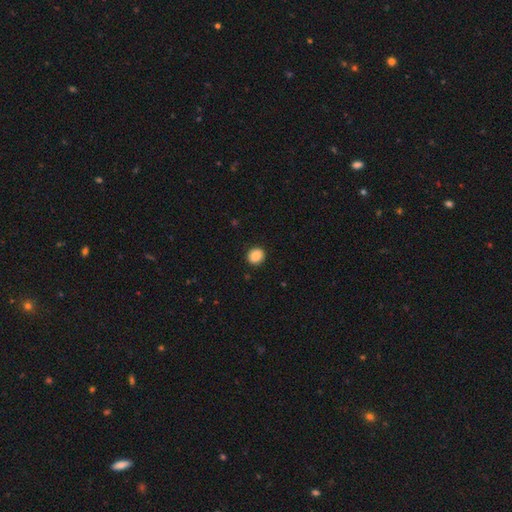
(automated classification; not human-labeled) This is clearly a smooth galaxy (88%). How rounded: clearly round (85%). Merging: clearly none (91%).